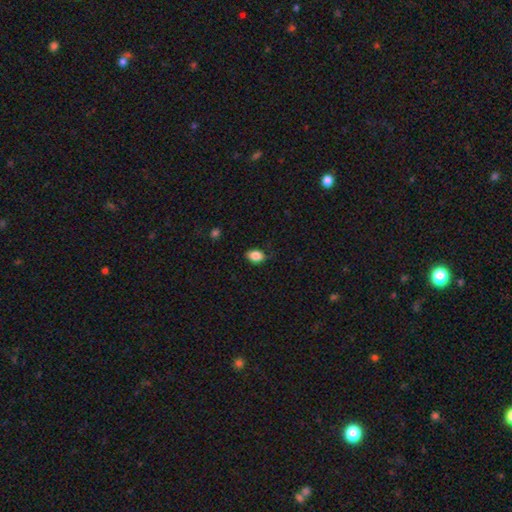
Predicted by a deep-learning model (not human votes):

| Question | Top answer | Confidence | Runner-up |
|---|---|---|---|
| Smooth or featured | smooth | 85% | star or artifact (8%) |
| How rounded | in between | 82% | round (17%) |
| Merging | none | 74% | minor disturbance (21%) |